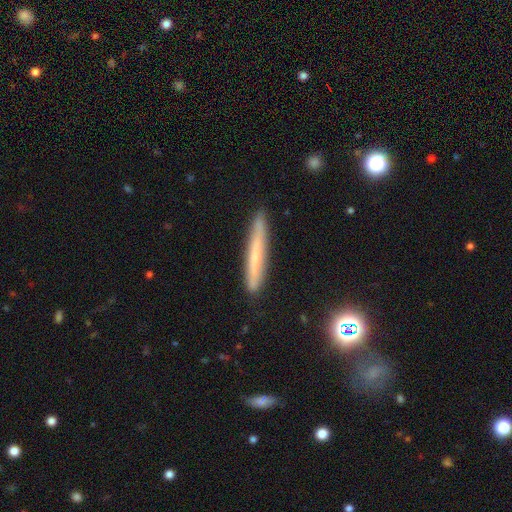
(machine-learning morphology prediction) Smooth or featured?
  - smooth: 53% *
  - featured or disk: 38%
  - star or artifact: 9%
How rounded?
  - cigar-shaped: 96% *
  - in between: 3%
  - round: 1%
Merging?
  - none: 88% *
  - minor disturbance: 9%
  - major disturbance: 2%
  - merger: 1%